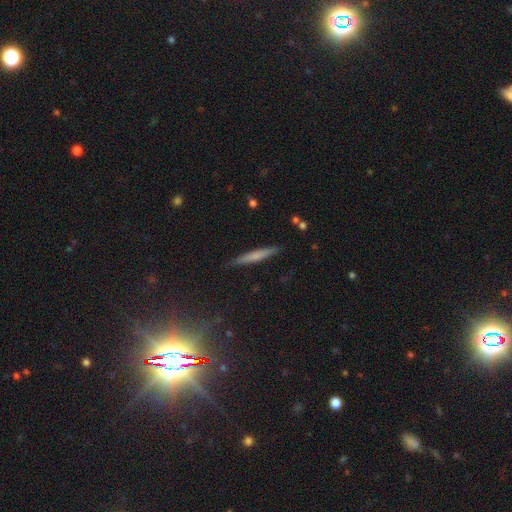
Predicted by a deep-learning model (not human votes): Smooth or featured: smooth — 57% (featured or disk — 35%)
How rounded: cigar-shaped — 95% (in between — 4%)
Merging: none — 88% (minor disturbance — 9%)